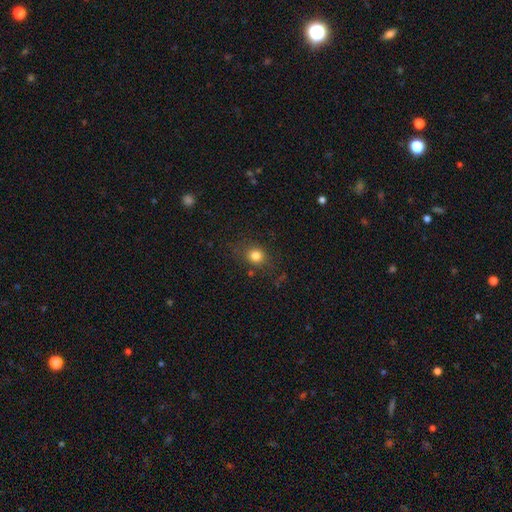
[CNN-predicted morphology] Q: Smooth or featured?
A: smooth (80%); runner-up: star or artifact (13%)
Q: How rounded?
A: round (75%); runner-up: in between (24%)
Q: Merging?
A: none (78%); runner-up: minor disturbance (14%)